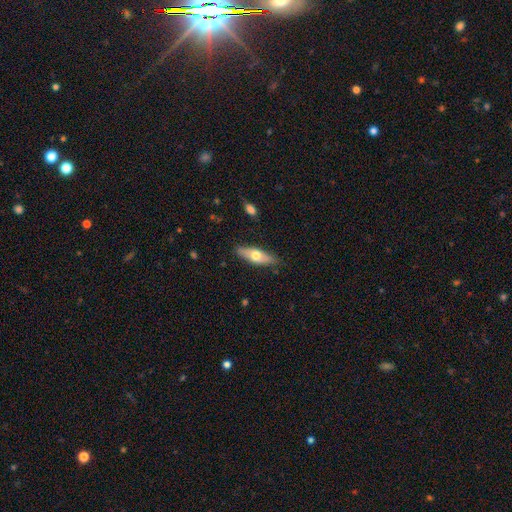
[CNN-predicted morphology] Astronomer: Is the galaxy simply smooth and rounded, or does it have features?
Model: smooth — 54% (runner-up: featured or disk, 40%).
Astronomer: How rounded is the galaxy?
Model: in between — 55% (runner-up: cigar-shaped, 42%).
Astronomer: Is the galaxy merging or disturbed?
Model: none — 84%.